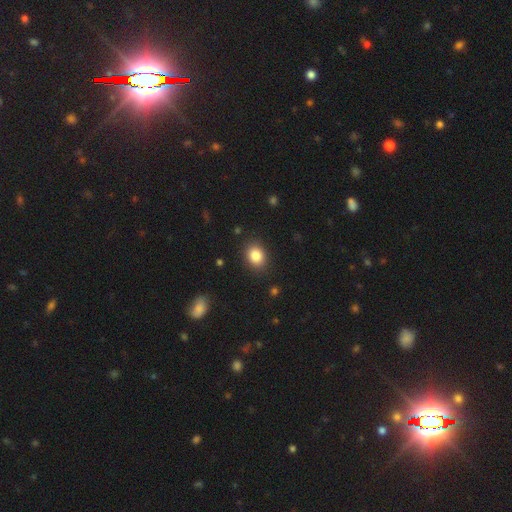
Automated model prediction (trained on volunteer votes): smooth-or-featured: smooth: 85% | star or artifact: 9% | featured or disk: 6%
  how-rounded: round: 50% | in between: 49% | cigar-shaped: 1%
  merging: none: 88% | minor disturbance: 8% | major disturbance: 2% | merger: 1%